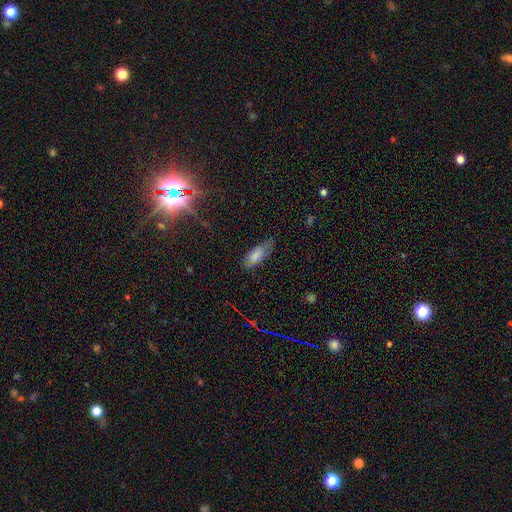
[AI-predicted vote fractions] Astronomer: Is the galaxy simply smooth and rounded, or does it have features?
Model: smooth — 77%.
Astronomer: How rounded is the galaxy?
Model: in between — 79%.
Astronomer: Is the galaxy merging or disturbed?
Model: none — 60%.